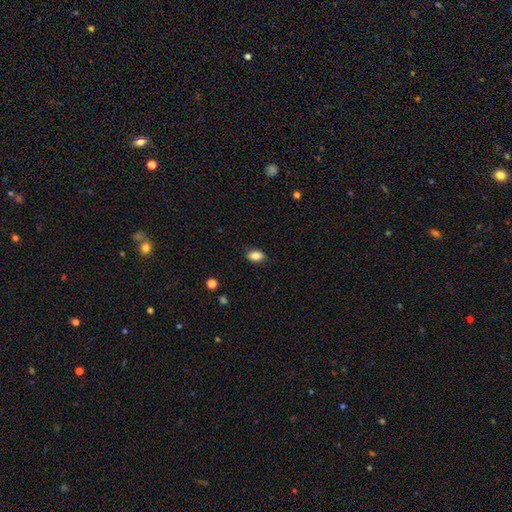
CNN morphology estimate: Smooth or featured? Predicted: smooth (p=0.84). How rounded? Predicted: in between (p=0.87). Merging? Predicted: none (p=0.88).